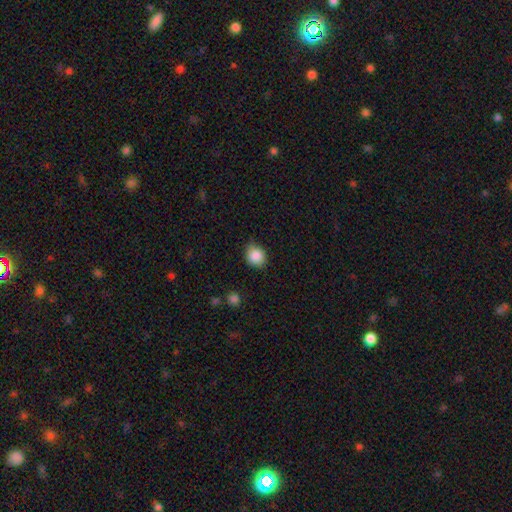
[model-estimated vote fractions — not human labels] smooth 86%, star or artifact 9%, featured or disk 5%. Down the decision tree: how rounded — round (62%); merging — none (75%).